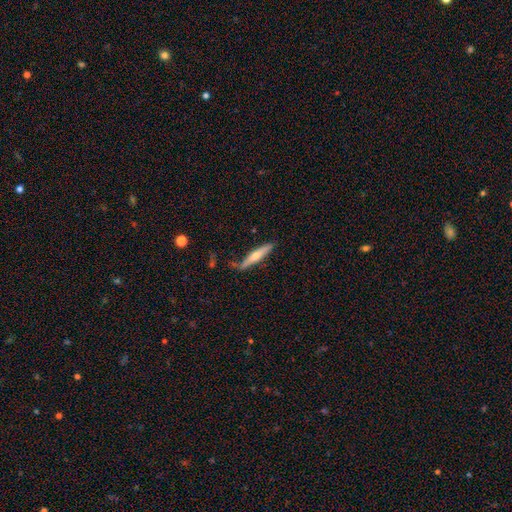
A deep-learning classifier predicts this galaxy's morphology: Overall: smooth (49%; featured or disk 45%). Merging: none (71%).